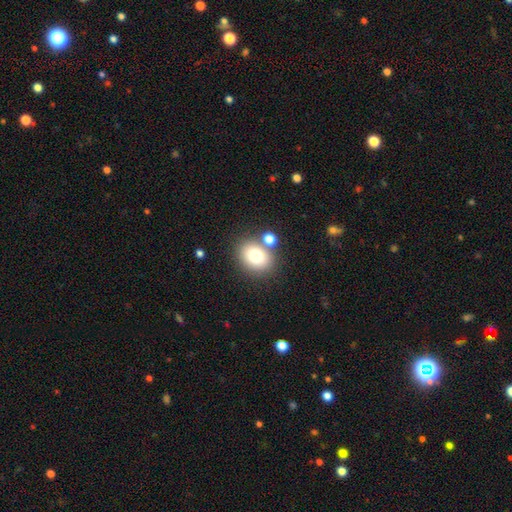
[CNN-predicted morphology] A smooth galaxy with no disk features (76%) that is round (57%).

Vote fractions:
- Smooth or featured? smooth: 76% / featured or disk: 12% / star or artifact: 12%
- How rounded? round: 57% / in between: 42% / cigar-shaped: 1%
- Merging? none: 71% / merger: 15% / minor disturbance: 10% / major disturbance: 4%